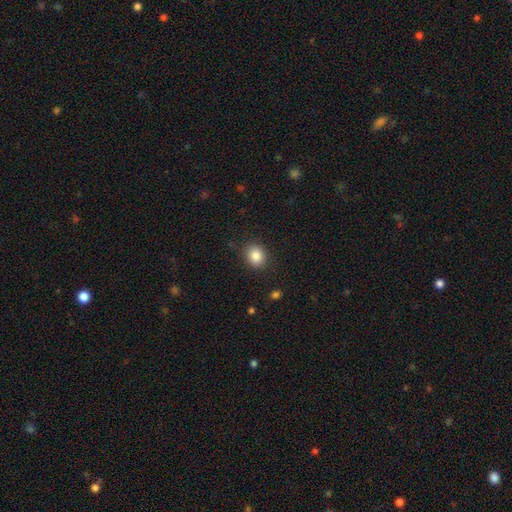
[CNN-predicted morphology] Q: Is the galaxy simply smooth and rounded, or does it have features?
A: smooth — 85%.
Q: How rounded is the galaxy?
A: round — 65%.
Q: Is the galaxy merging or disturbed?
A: none — 87%.